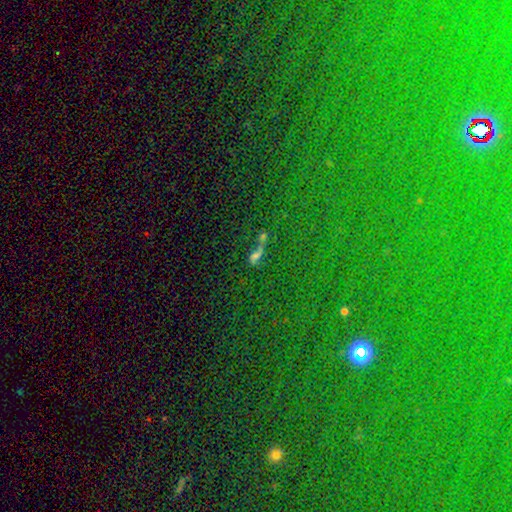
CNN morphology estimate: This is marginally a smooth galaxy (41%). Merging: marginally merger (38%).